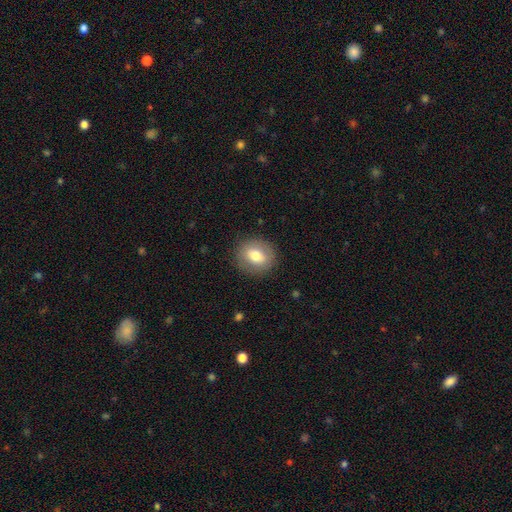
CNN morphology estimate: Smooth or featured? smooth (72%)
How rounded? round (69%)
Merging? none (87%)